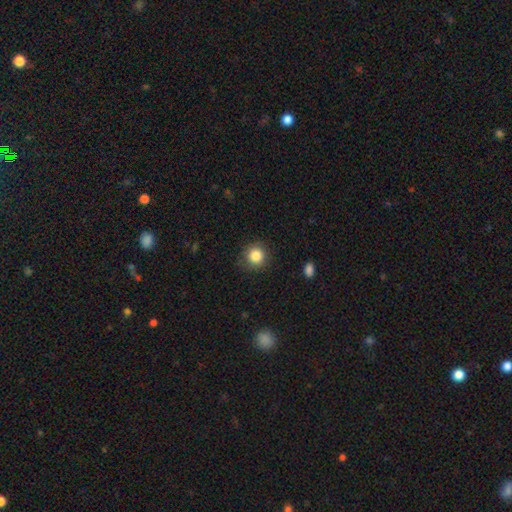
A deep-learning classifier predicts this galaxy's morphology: smooth_or_featured: smooth (p=0.85) [alt: star or artifact p=0.10]
how_rounded: round (p=0.91) [alt: in between p=0.08]
merging: none (p=0.86) [alt: minor disturbance p=0.10]